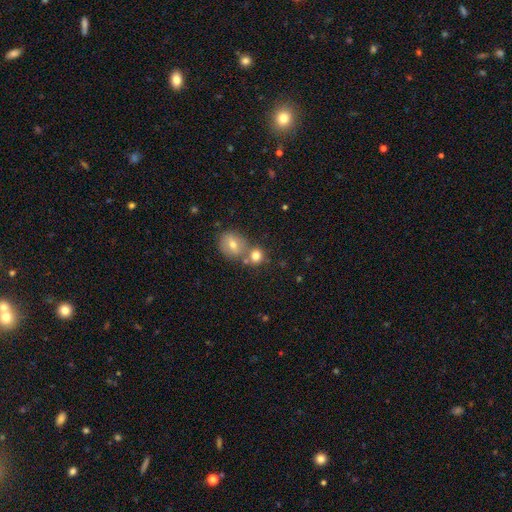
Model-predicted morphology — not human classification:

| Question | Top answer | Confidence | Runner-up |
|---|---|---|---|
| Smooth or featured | smooth | 76% | featured or disk (12%) |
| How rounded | round | 76% | in between (23%) |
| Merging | none | 48% | merger (41%) |